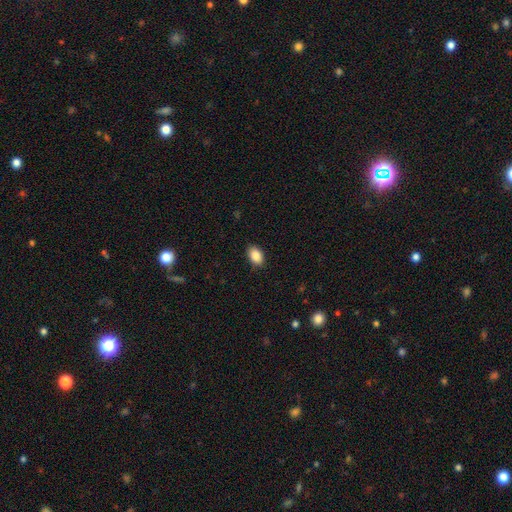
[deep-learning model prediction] The model was most divided on "how rounded": in between: 87%, round: 12%, cigar-shaped: 1%. More confident: merging — none (89%); smooth or featured — smooth (87%).